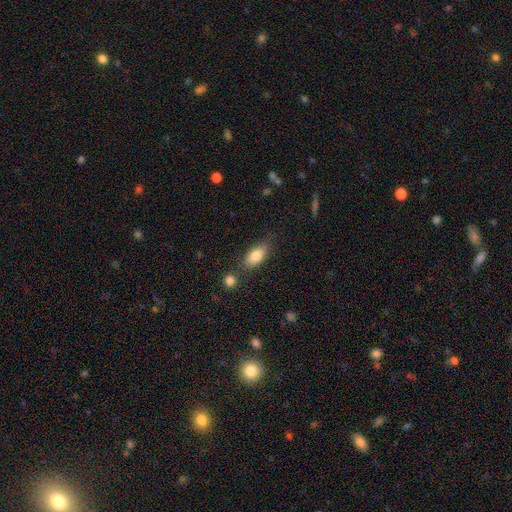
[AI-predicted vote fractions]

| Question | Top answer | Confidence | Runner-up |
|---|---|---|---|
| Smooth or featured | smooth | 82% | featured or disk (11%) |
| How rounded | in between | 86% | cigar-shaped (9%) |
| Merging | none | 71% | minor disturbance (16%) |